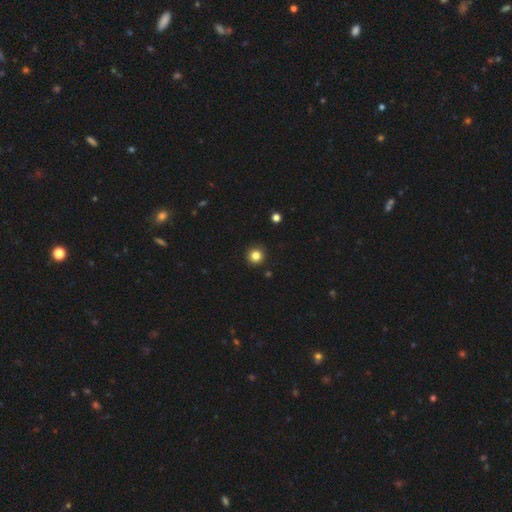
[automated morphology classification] A smooth galaxy with no disk features (83%) that is round (95%). Merging: none (93%).